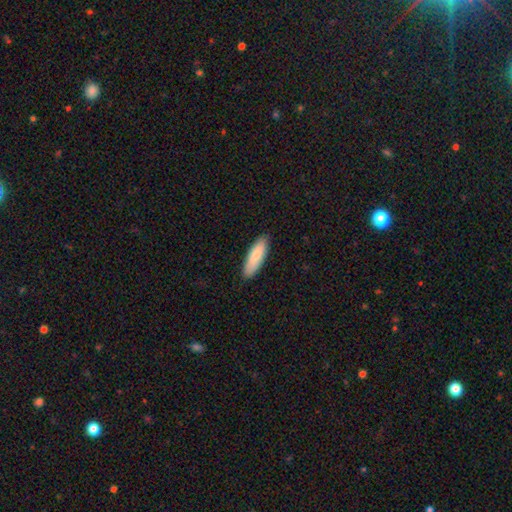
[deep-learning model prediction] This appears to be a smooth galaxy with no disk features (81%) that is in between round and cigar-shaped (51%). Merging: none (88%).